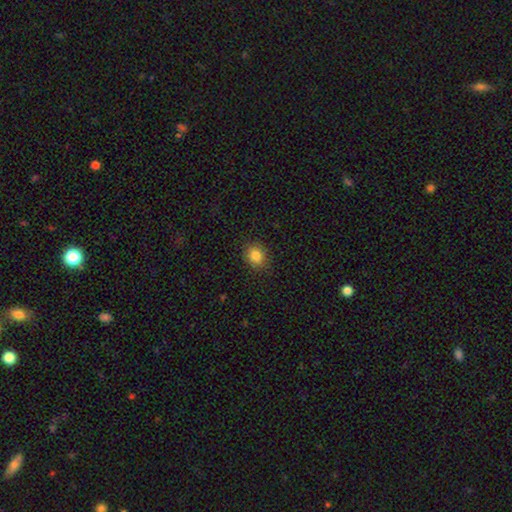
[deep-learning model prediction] Smooth or featured?
  - smooth: 85% *
  - star or artifact: 10%
  - featured or disk: 5%
How rounded?
  - round: 61% *
  - in between: 38%
  - cigar-shaped: 1%
Merging?
  - none: 88% *
  - minor disturbance: 9%
  - major disturbance: 3%
  - merger: 1%